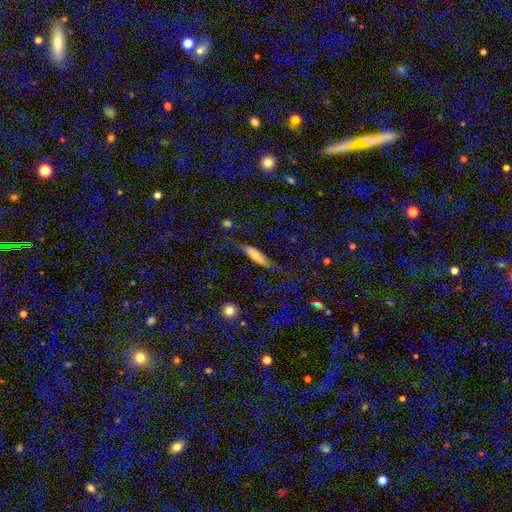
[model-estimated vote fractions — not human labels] Overall: smooth (64%; featured or disk 28%). How rounded: cigar-shaped (68%; in between 29%). Merging: none (63%).